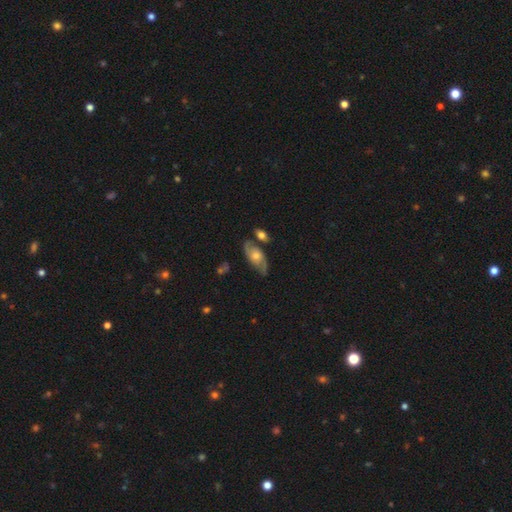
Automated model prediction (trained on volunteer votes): smooth-or-featured: featured or disk: 63% | smooth: 30% | star or artifact: 7%
  disk-edge-on: no: 88% | yes: 12%
    bar: no: 74% | weak: 22% | strong: 4%
    has-spiral-arms: yes: 82% | no: 18%
    bulge-size: moderate: 60% | small: 27% | large: 10% | none: 3% | dominant: 2%
  merging: none: 62% | minor disturbance: 20% | merger: 11% | major disturbance: 7%